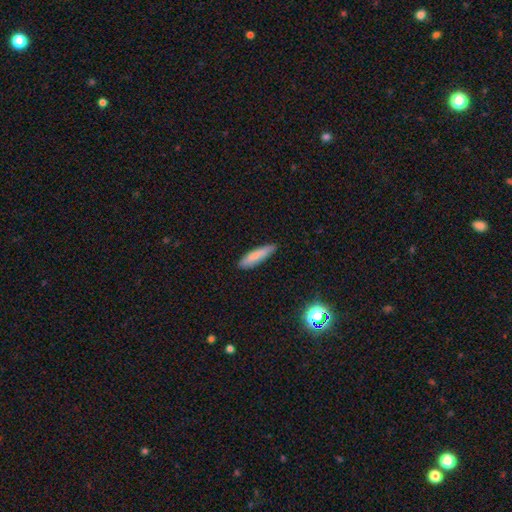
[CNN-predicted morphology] smooth_or_featured: smooth (p=0.80) [alt: featured or disk p=0.13]
how_rounded: cigar-shaped (p=0.73) [alt: in between p=0.25]
merging: none (p=0.83) [alt: minor disturbance p=0.14]